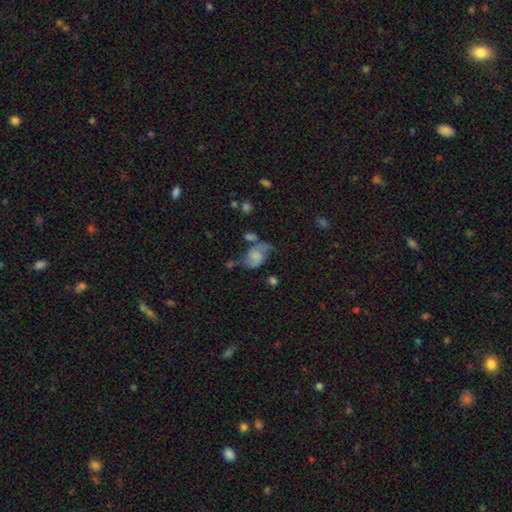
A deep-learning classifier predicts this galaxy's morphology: The model was most divided on "bulge size": none: 34%, small: 27%, moderate: 24%, large: 12%, dominant: 3%. Remaining: edge-on disk — no (97%); spiral arms — yes (86%); bar — no (63%); smooth or featured — featured or disk (56%); merging — none (39%).